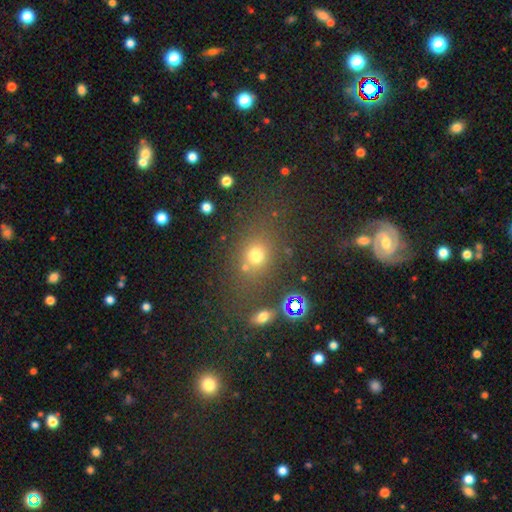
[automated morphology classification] Smooth or featured: smooth — 70% (star or artifact — 20%)
How rounded: round — 67% (in between — 31%)
Merging: none — 67% (minor disturbance — 13%)